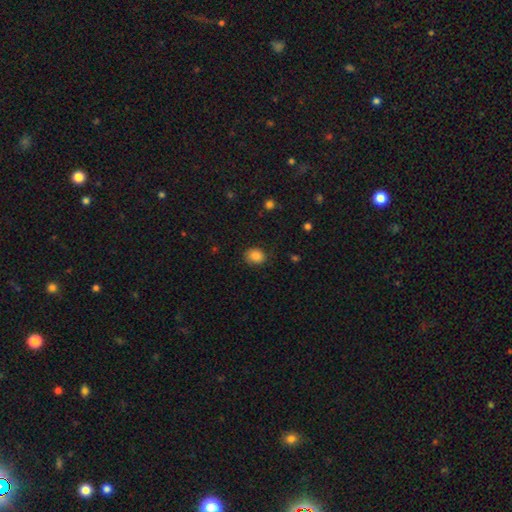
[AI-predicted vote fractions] Overall: smooth (86%). How rounded: round (62%; in between 37%). Merging: none (79%).